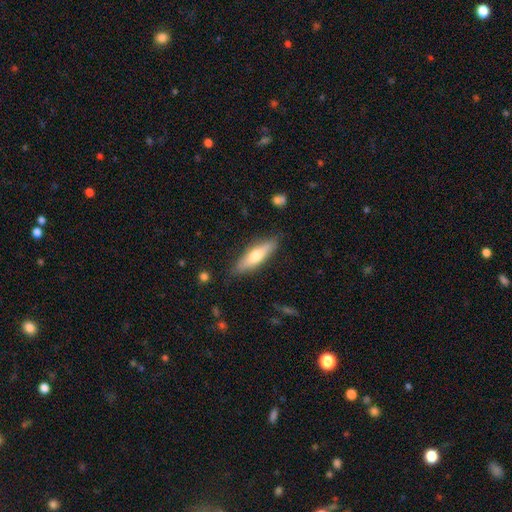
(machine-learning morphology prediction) A smooth galaxy with no disk features (59%) that is cigar-shaped (63%). Merging: none (84%).